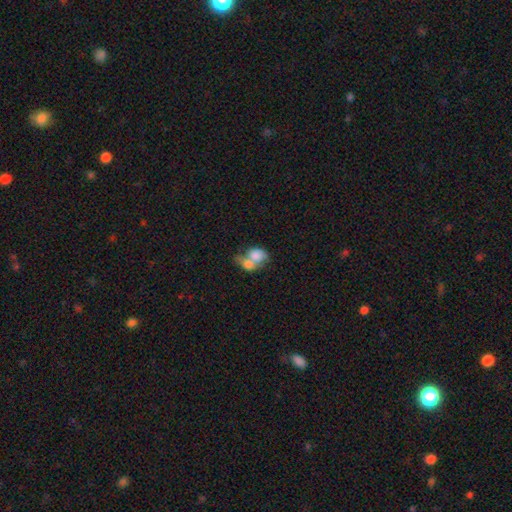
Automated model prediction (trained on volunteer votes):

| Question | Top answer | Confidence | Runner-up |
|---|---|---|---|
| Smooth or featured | smooth | 74% | featured or disk (18%) |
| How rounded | in between | 65% | round (33%) |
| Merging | merger | 74% | none (14%) |